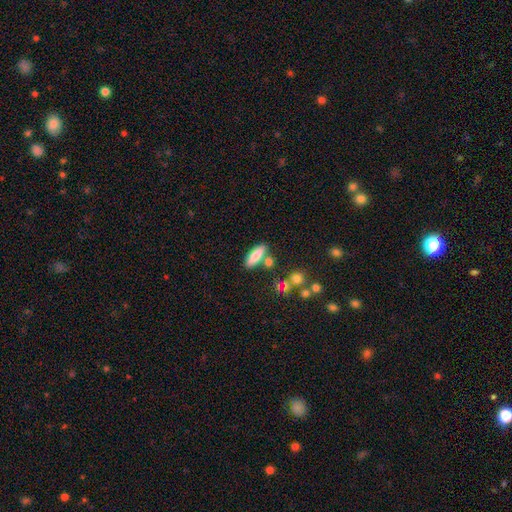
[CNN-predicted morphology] type=smooth (78%); roundness=in between (49%); merging=none (72%).